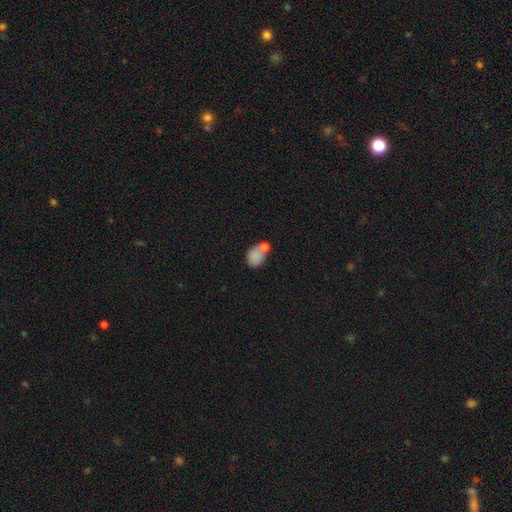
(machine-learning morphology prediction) smooth-or-featured: smooth: 82% | featured or disk: 9% | star or artifact: 9%
  how-rounded: in between: 67% | round: 32% | cigar-shaped: 1%
  merging: none: 41% | merger: 36% | minor disturbance: 16% | major disturbance: 7%